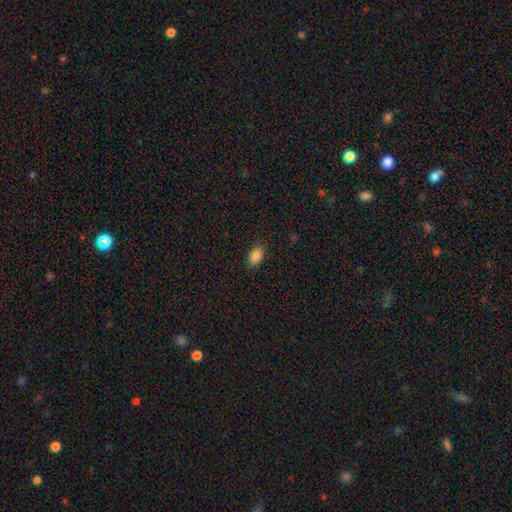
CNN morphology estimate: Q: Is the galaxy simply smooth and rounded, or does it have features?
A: smooth — 87%.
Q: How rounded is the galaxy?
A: in between — 88%.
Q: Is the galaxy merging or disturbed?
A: none — 85%.